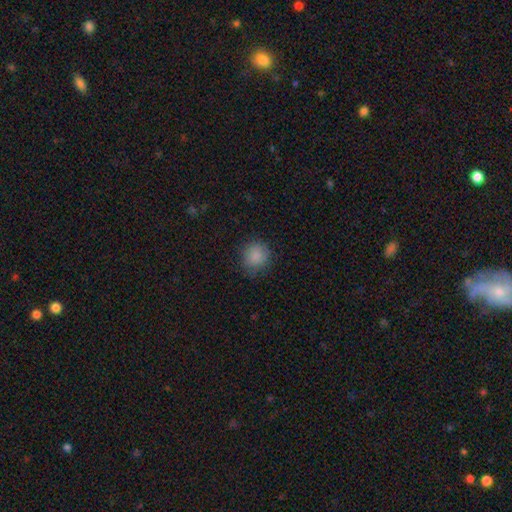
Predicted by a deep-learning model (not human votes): Smooth or featured: smooth — 86% (star or artifact — 9%)
How rounded: round — 86% (in between — 13%)
Merging: none — 79% (minor disturbance — 15%)